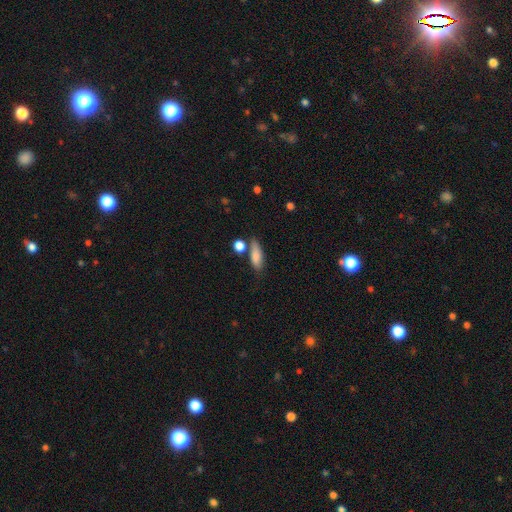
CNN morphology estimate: Smooth or featured? smooth (82%)
How rounded? in between (65%)
Merging? none (59%)